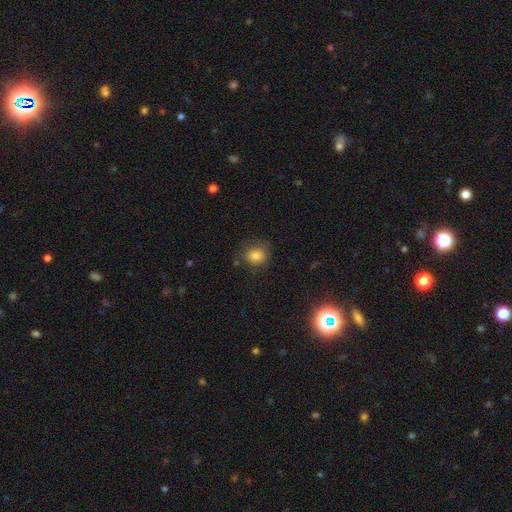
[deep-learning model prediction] Morphology: type=smooth (82%); roundness=round (67%); merging=none (74%).